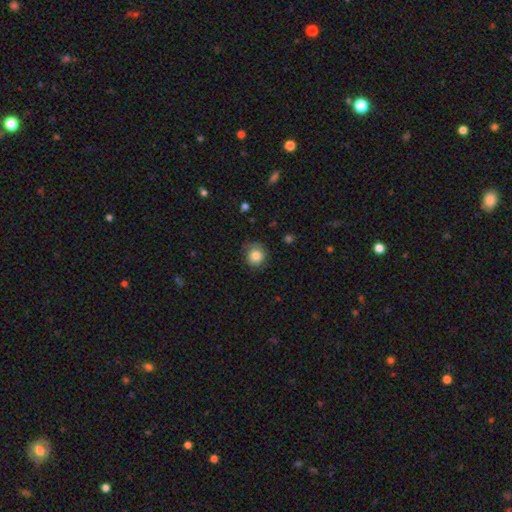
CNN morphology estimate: Smooth or featured? Predicted: smooth (p=0.84). How rounded? Predicted: round (p=0.87). Merging? Predicted: none (p=0.74).